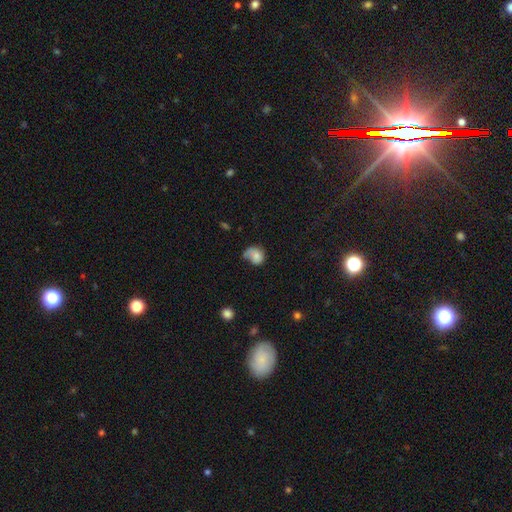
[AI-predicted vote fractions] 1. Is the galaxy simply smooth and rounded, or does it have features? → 61% smooth, 30% featured or disk, 9% star or artifact.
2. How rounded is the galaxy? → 59% round, 40% in between, 1% cigar-shaped.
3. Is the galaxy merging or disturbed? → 37% none, 29% major disturbance, 28% minor disturbance, 6% merger.